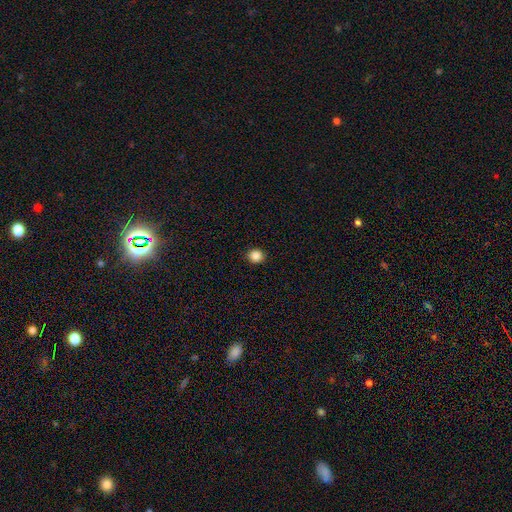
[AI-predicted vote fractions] This is clearly a smooth galaxy (86%). How rounded: clearly round (87%). Merging: clearly none (91%).